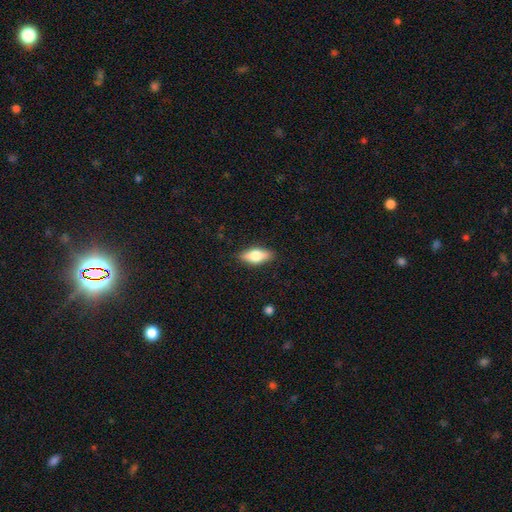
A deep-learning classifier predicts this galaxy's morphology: A smooth galaxy with no disk features (70%) that is in between round and cigar-shaped (80%).

Vote fractions:
- Smooth or featured? smooth: 70% / featured or disk: 23% / star or artifact: 7%
- How rounded? in between: 80% / cigar-shaped: 17% / round: 3%
- Merging? none: 87% / minor disturbance: 10% / major disturbance: 2% / merger: 1%